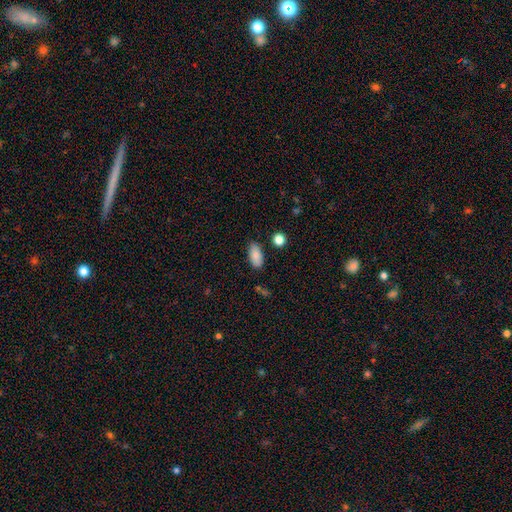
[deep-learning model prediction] Smooth or featured?
  - smooth: 87% *
  - star or artifact: 7%
  - featured or disk: 6%
How rounded?
  - in between: 90% *
  - cigar-shaped: 7%
  - round: 3%
Merging?
  - none: 82% *
  - minor disturbance: 12%
  - merger: 3%
  - major disturbance: 3%